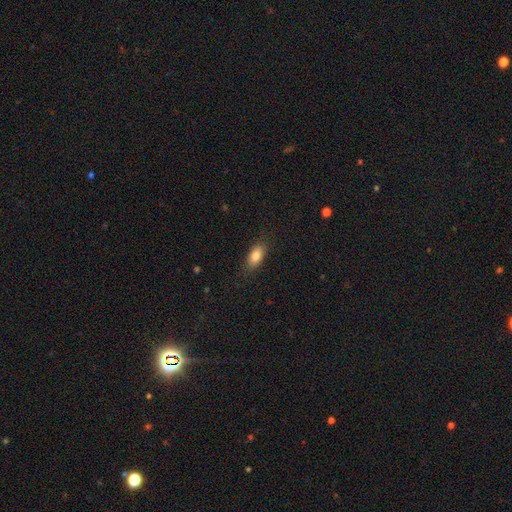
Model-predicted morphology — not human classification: Smooth or featured? smooth (82%)
How rounded? in between (86%)
Merging? none (84%)